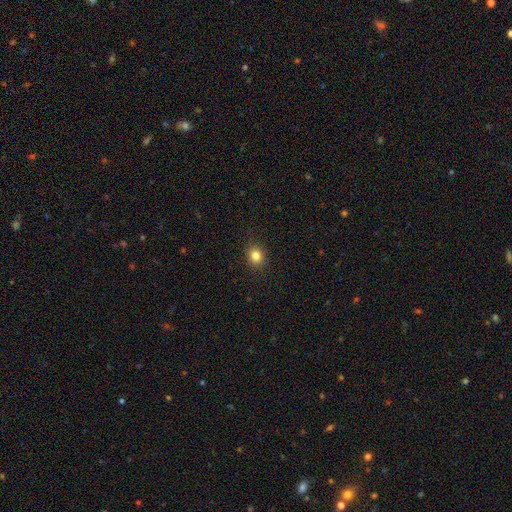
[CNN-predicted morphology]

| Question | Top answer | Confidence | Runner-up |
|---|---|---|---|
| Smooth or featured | smooth | 83% | star or artifact (12%) |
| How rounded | round | 70% | in between (30%) |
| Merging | none | 90% | minor disturbance (7%) |